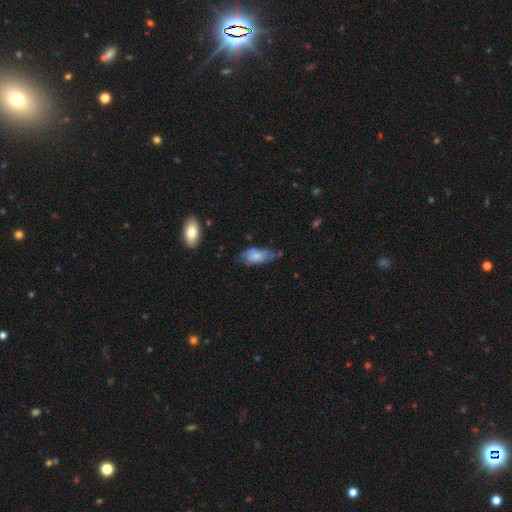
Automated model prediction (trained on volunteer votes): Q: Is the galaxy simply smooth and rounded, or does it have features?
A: smooth — 69%.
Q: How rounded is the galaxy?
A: in between — 88%.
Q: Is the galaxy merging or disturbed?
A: none — 45%.